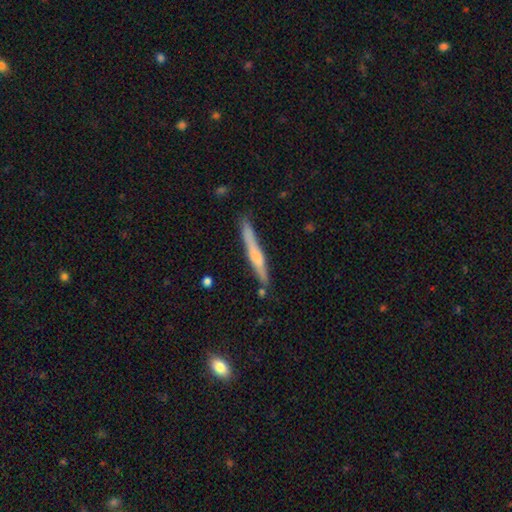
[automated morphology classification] smooth_or_featured: featured or disk (p=0.51) [alt: smooth p=0.43]
disk_edge_on: yes (p=0.96) [alt: no p=0.04]
merging: none (p=0.81) [alt: minor disturbance p=0.14]